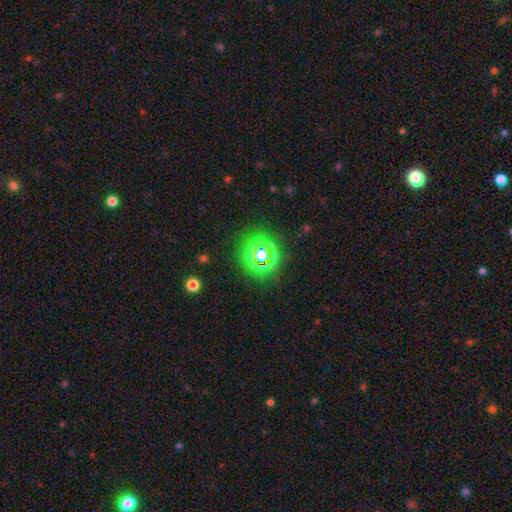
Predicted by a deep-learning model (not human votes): The model was most divided on "smooth or featured": star or artifact: 69%, smooth: 24%, featured or disk: 7%.